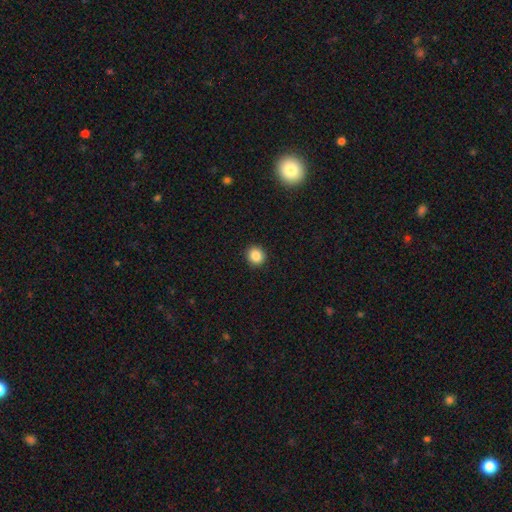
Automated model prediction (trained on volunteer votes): Smooth or featured: smooth — 86% (star or artifact — 10%)
How rounded: round — 90% (in between — 9%)
Merging: none — 93% (minor disturbance — 5%)